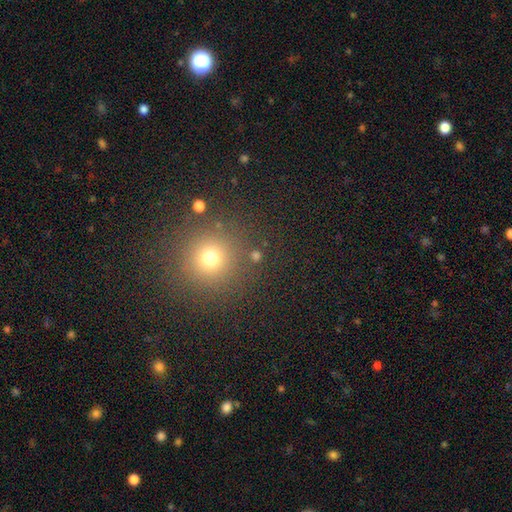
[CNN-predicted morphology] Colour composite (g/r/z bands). It shows a smooth galaxy with no disk features (67%) that is round (92%). Merging: none (84%).